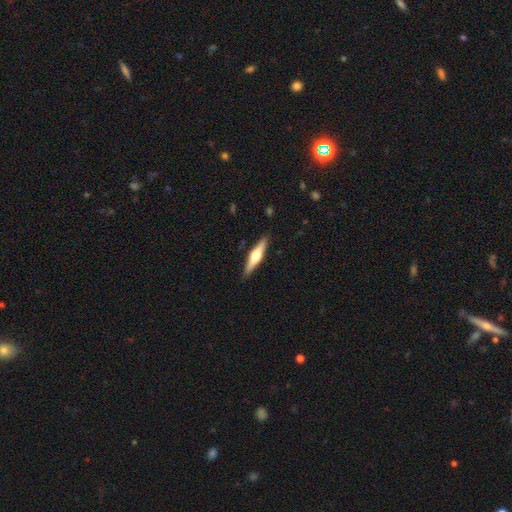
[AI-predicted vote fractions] Smooth or featured? Predicted: featured or disk (p=0.58). Edge-on disk? Predicted: yes (p=0.97). Edge-on bulge? Predicted: rounded (p=0.90). Merging? Predicted: none (p=0.90).